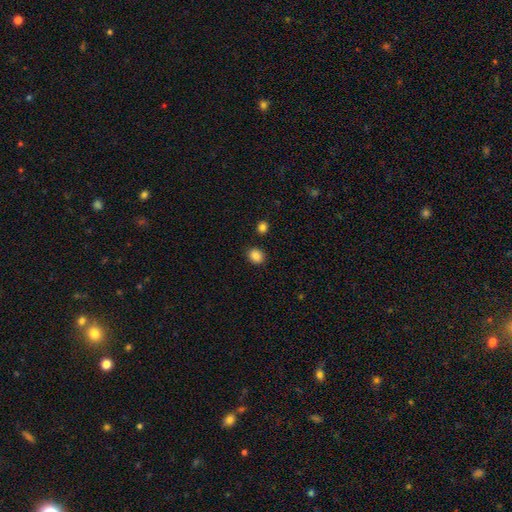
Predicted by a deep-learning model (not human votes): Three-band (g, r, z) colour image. It shows a smooth galaxy with no disk features (86%) that is round (72%). Merging: none (88%).